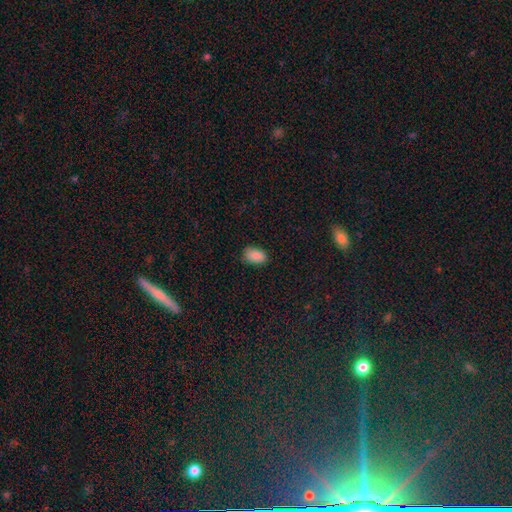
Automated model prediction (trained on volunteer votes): smooth_or_featured: smooth (p=0.88) [alt: star or artifact p=0.09]
how_rounded: in between (p=0.89) [alt: round p=0.09]
merging: none (p=0.82) [alt: minor disturbance p=0.14]